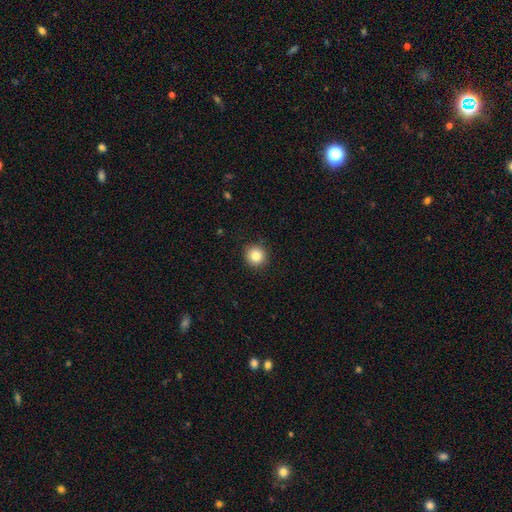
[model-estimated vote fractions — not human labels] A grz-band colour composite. It shows a smooth galaxy with no disk features (86%) that is round (93%). Merging: none (90%).